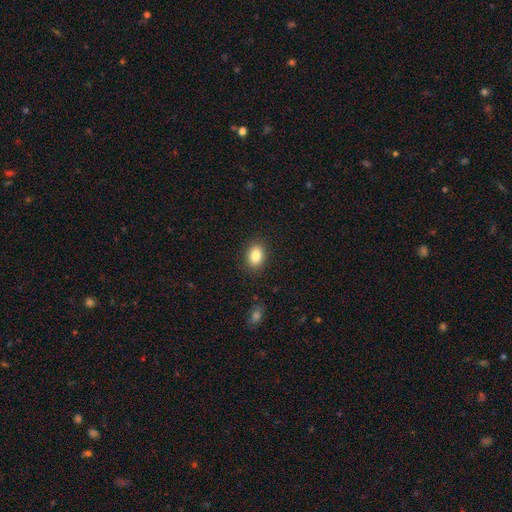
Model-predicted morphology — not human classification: Smooth or featured? smooth (84%)
How rounded? in between (78%)
Merging? none (88%)